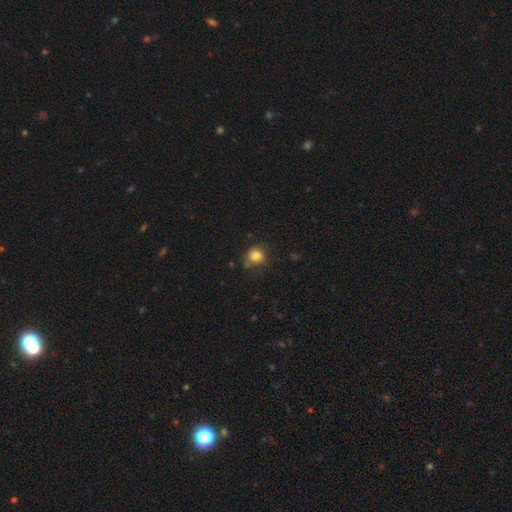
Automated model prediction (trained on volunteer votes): Morphology: type=smooth (82%); roundness=round (77%); merging=none (65%).